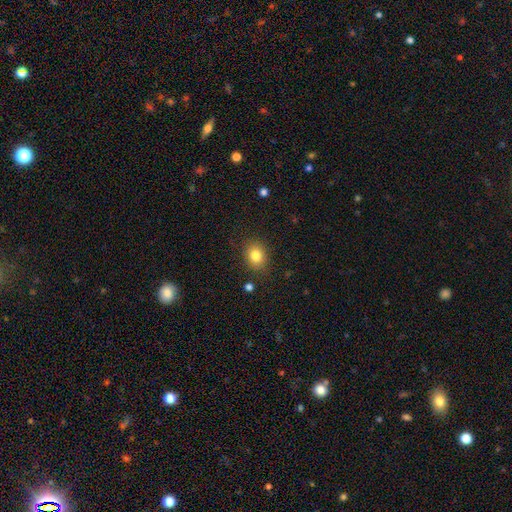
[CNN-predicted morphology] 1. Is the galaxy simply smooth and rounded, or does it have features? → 83% smooth, 10% star or artifact, 7% featured or disk.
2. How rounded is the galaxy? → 53% round, 46% in between, 1% cigar-shaped.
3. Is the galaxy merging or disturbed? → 86% none, 10% minor disturbance, 3% major disturbance, 2% merger.